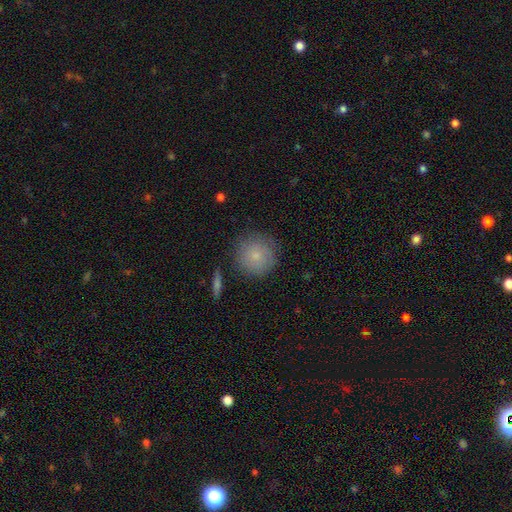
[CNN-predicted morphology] Smooth or featured? Predicted: smooth (p=0.79). How rounded? Predicted: round (p=0.94). Merging? Predicted: none (p=0.83).